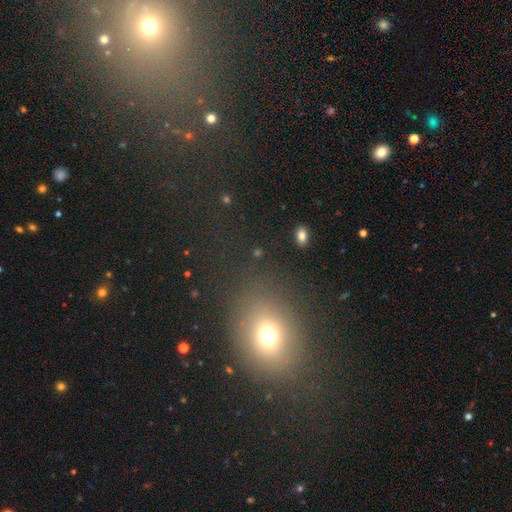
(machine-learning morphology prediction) This appears to be a smooth galaxy with no disk features (59%) that is round (50%). Merging: none (78%).